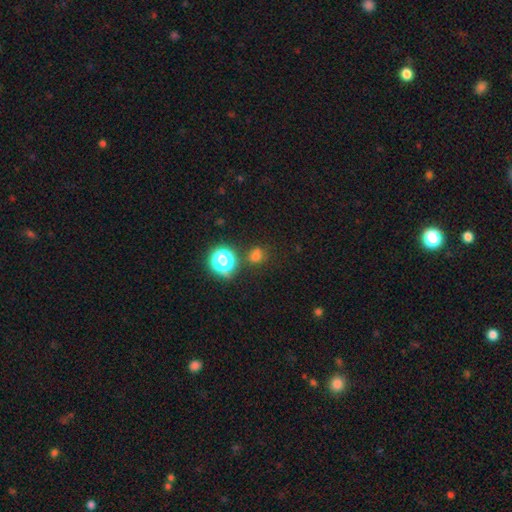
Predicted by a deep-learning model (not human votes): smooth_or_featured: smooth (p=0.62) [alt: star or artifact p=0.30]
how_rounded: round (p=0.68) [alt: in between p=0.30]
merging: none (p=0.66) [alt: minor disturbance p=0.15]